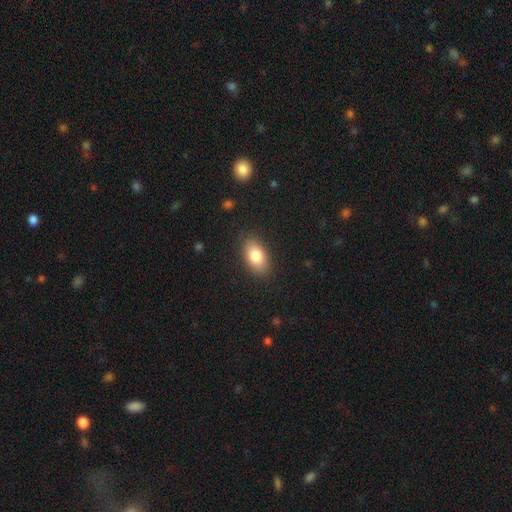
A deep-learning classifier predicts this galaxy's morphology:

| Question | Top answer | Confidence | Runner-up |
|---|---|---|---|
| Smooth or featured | smooth | 83% | featured or disk (10%) |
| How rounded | in between | 92% | round (6%) |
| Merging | none | 86% | minor disturbance (10%) |